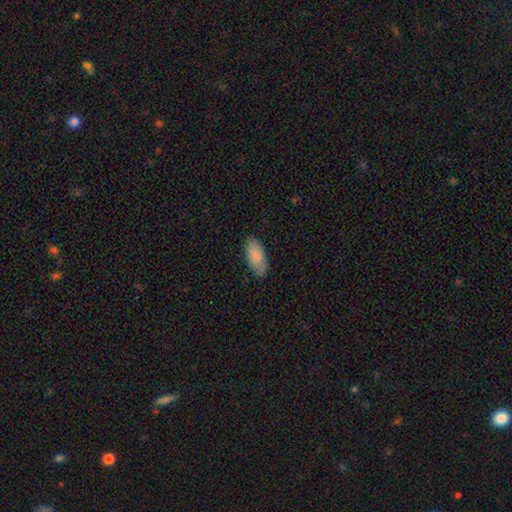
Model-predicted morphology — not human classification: The model was most divided on "merging": none: 84%, minor disturbance: 13%, major disturbance: 2%, merger: 1%. More confident: how rounded — in between (88%); smooth or featured — smooth (85%).